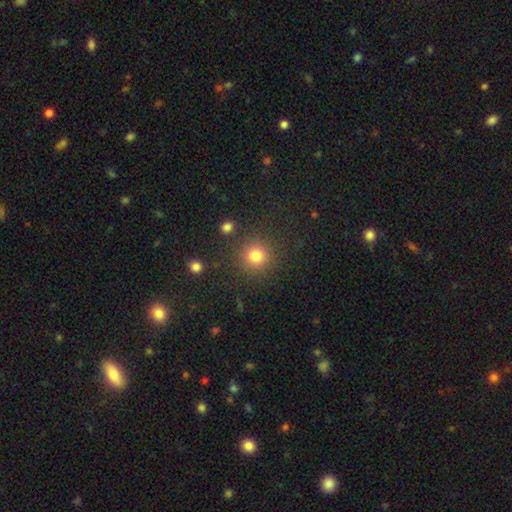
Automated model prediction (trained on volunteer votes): smooth-or-featured: smooth: 81% | star or artifact: 13% | featured or disk: 6%
  how-rounded: round: 93% | in between: 6% | cigar-shaped: 1%
  merging: none: 86% | minor disturbance: 7% | major disturbance: 3% | merger: 3%